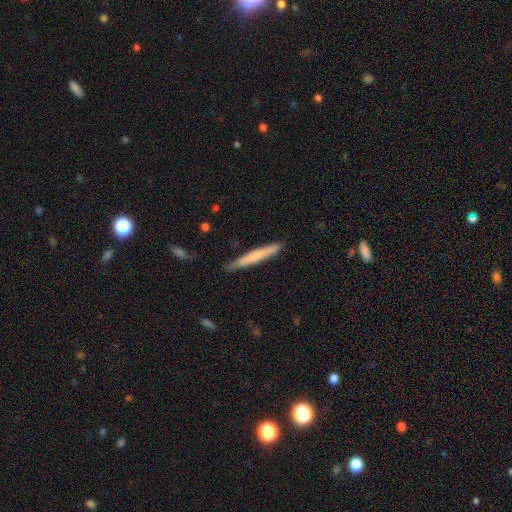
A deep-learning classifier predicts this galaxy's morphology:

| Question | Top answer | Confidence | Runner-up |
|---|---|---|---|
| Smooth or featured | smooth | 66% | featured or disk (28%) |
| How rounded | cigar-shaped | 96% | in between (3%) |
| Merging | none | 84% | minor disturbance (13%) |